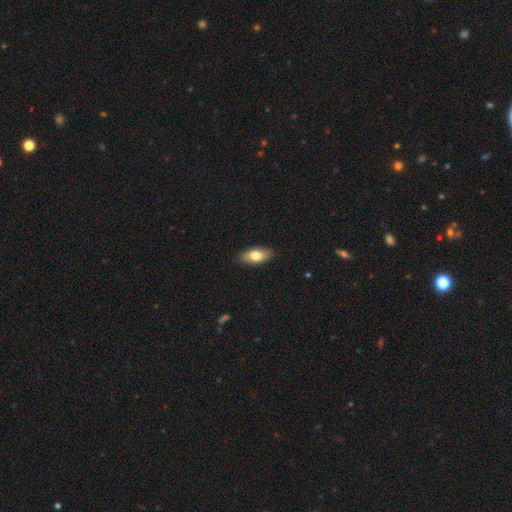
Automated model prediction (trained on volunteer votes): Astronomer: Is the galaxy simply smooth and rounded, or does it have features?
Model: smooth — 77%.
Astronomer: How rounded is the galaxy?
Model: in between — 87%.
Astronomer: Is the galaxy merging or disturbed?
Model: none — 87%.